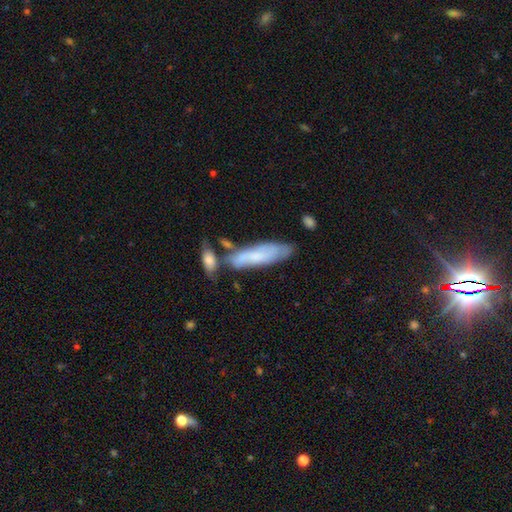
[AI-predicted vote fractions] The model was most divided on "how rounded": cigar-shaped: 58%, in between: 40%, round: 2%. More confident: smooth or featured — smooth (56%); merging — none (50%).